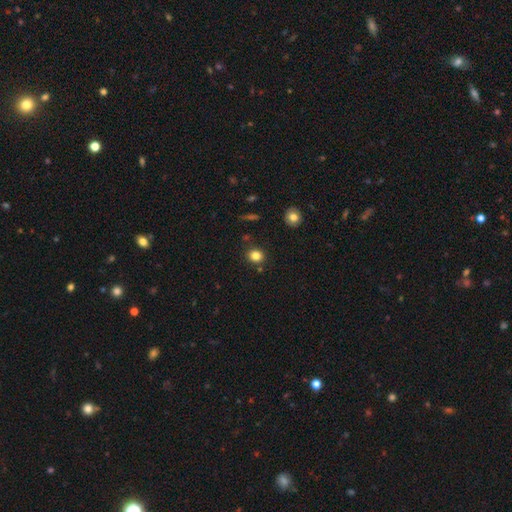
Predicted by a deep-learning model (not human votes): This appears to be a smooth galaxy with no disk features (83%) that is round (79%). Merging: none (85%).